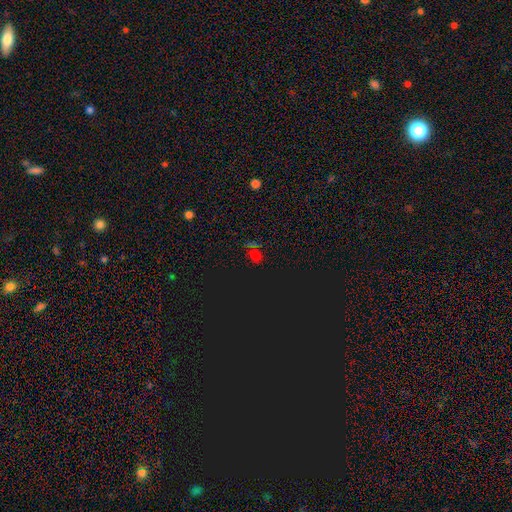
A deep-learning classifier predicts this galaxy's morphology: type=star or artifact (59%).